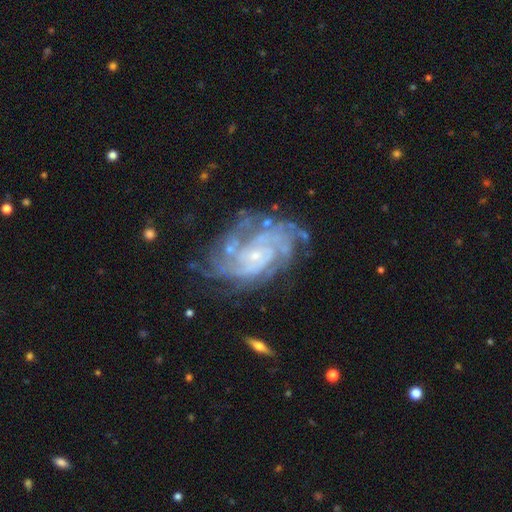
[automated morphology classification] featured or disk 89%, star or artifact 6%, smooth 5%. Down the decision tree: edge-on disk — no (97%); bar — no (68%); spiral arms — yes (97%); spiral arm count — can't tell (25%); spiral winding — tight (68%); bulge size — small (78%); merging — none (64%).